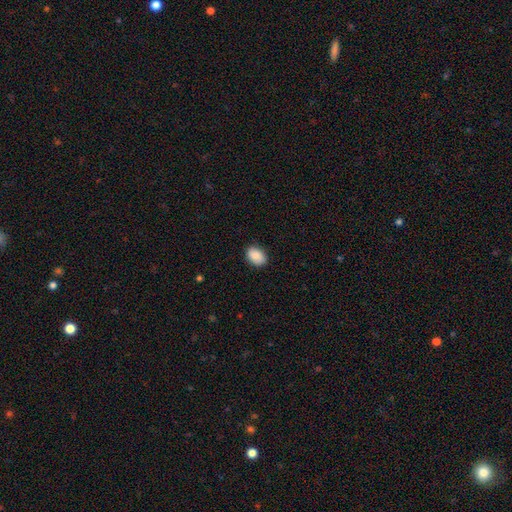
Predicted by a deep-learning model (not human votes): smooth 88%, star or artifact 7%, featured or disk 5%. Down the decision tree: how rounded — in between (79%); merging — none (85%).